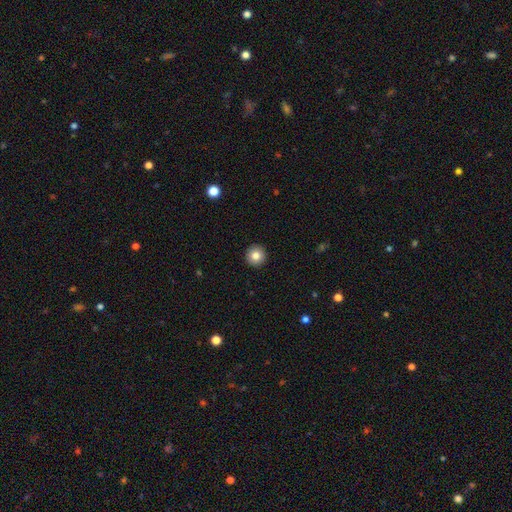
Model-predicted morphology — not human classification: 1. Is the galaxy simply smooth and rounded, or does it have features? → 84% smooth, 9% star or artifact, 7% featured or disk.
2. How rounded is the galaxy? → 96% round, 3% in between, 1% cigar-shaped.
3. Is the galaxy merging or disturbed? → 94% none, 4% minor disturbance, 1% major disturbance, 1% merger.